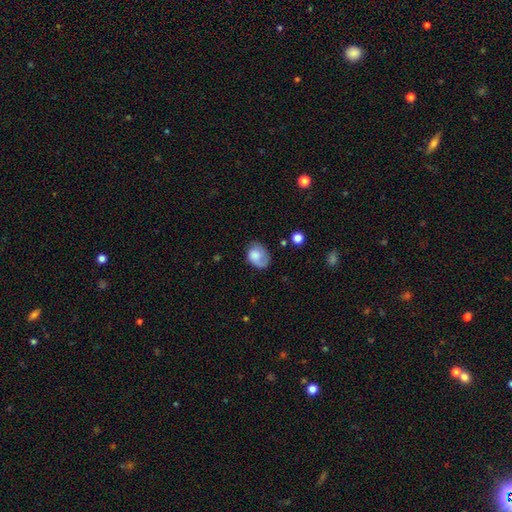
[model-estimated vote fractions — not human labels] Morphology: type=smooth (66%); roundness=in between (64%); merging=none (51%).